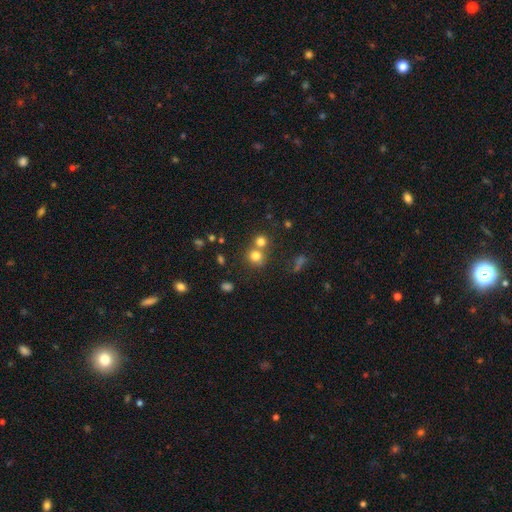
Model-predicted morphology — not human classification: A smooth galaxy with no disk features (75%) that is round (84%).

Vote fractions:
- Smooth or featured? smooth: 75% / star or artifact: 15% / featured or disk: 10%
- How rounded? round: 84% / in between: 15% / cigar-shaped: 1%
- Merging? none: 54% / merger: 35% / minor disturbance: 8% / major disturbance: 4%